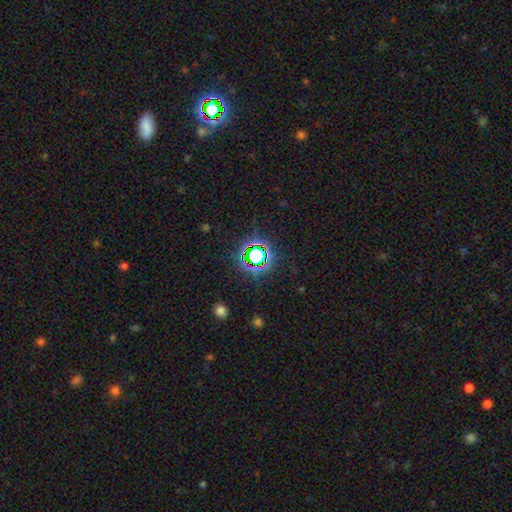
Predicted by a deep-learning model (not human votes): This appears to be a star or artifact, not a galaxy (72%).